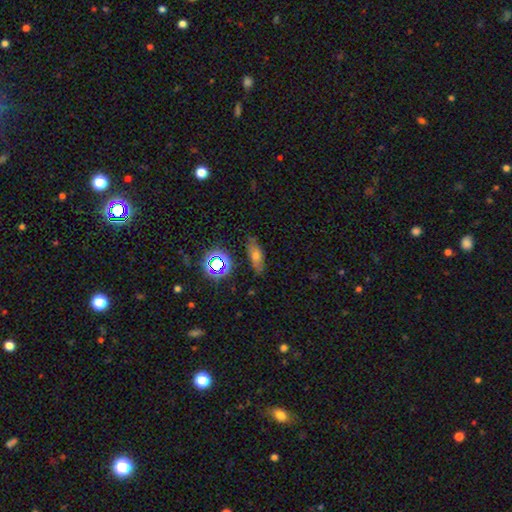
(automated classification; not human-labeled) smooth 59%, featured or disk 21%, star or artifact 20%. Down the decision tree: how rounded — in between (64%); merging — none (78%).